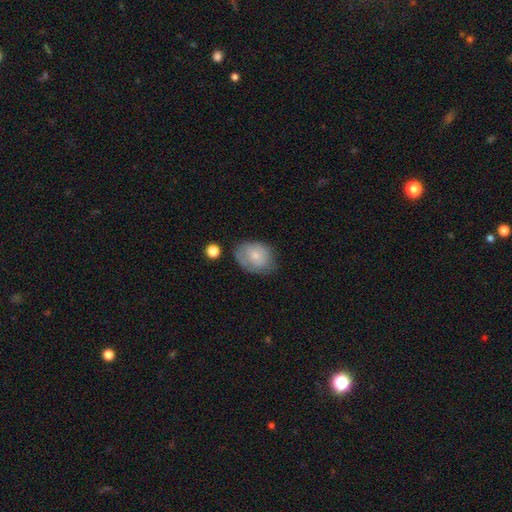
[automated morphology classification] Smooth or featured: smooth — 69% (featured or disk — 23%)
How rounded: in between — 66% (round — 33%)
Merging: none — 60% (minor disturbance — 27%)